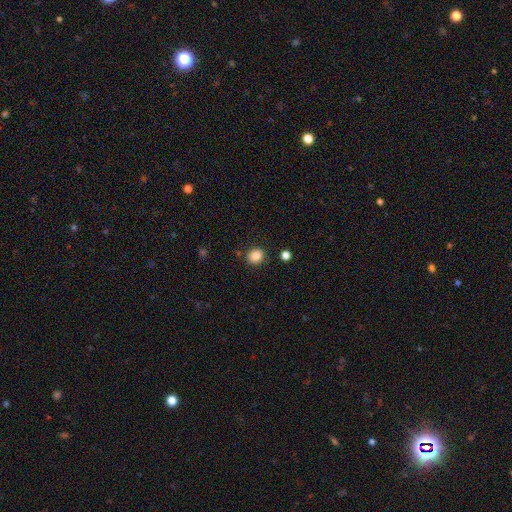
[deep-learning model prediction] Q: Smooth or featured?
A: smooth (85%); runner-up: star or artifact (10%)
Q: How rounded?
A: round (79%); runner-up: in between (21%)
Q: Merging?
A: none (86%); runner-up: minor disturbance (9%)